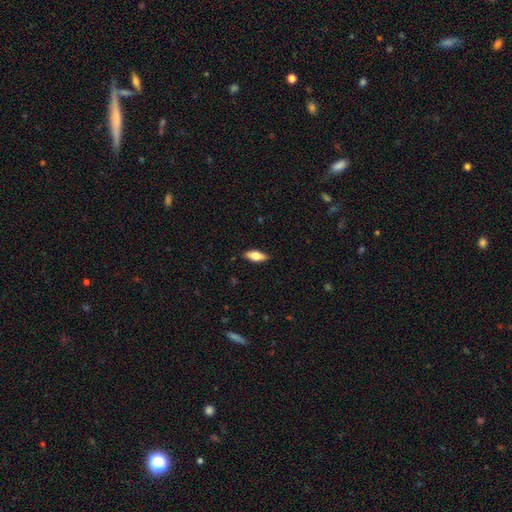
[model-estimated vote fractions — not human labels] This is likely a smooth galaxy (70%). How rounded: likely in between (77%). Merging: clearly none (87%).